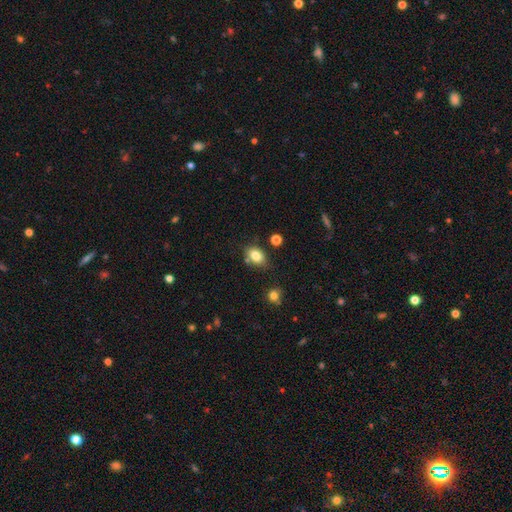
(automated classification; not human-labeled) A smooth galaxy with no disk features (81%) that is in between round and cigar-shaped (78%). Merging: none (73%).